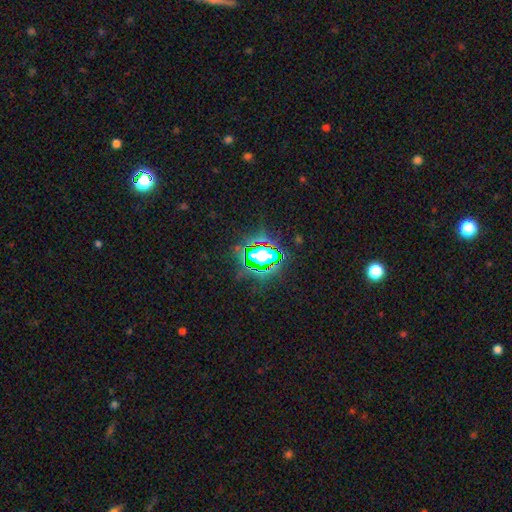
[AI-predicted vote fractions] The model was most divided on "smooth or featured": star or artifact: 77%, smooth: 14%, featured or disk: 9%.